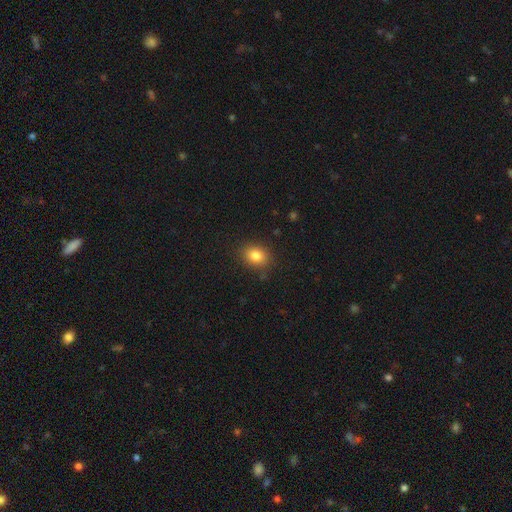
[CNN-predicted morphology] Smooth or featured? smooth (83%)
How rounded? in between (53%)
Merging? none (85%)